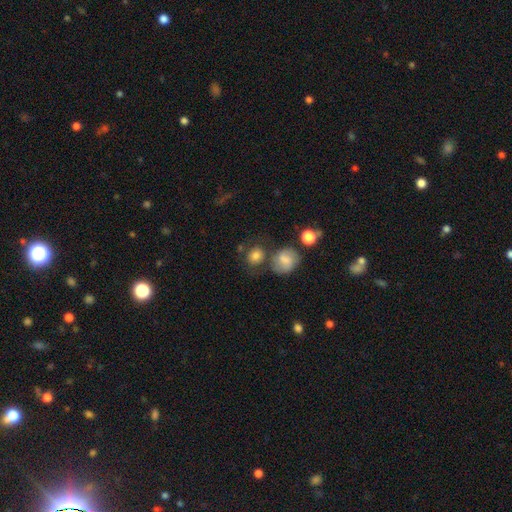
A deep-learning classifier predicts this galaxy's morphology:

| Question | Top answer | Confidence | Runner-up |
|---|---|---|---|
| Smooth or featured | smooth | 79% | featured or disk (12%) |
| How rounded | round | 75% | in between (23%) |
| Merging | none | 61% | merger (17%) |